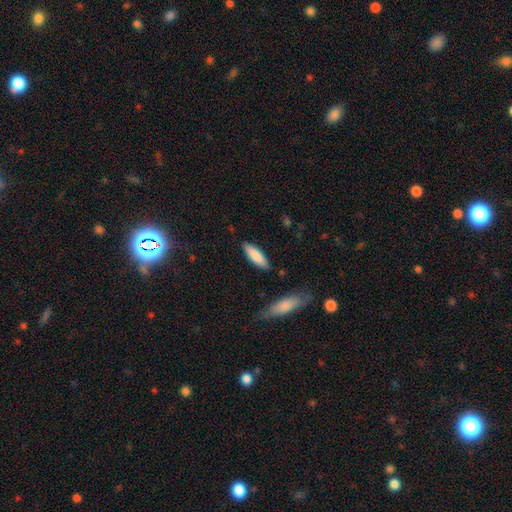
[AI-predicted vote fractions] The model was most divided on "how rounded": cigar-shaped: 52%, in between: 46%, round: 1%. More confident: smooth or featured — smooth (84%); merging — none (84%).